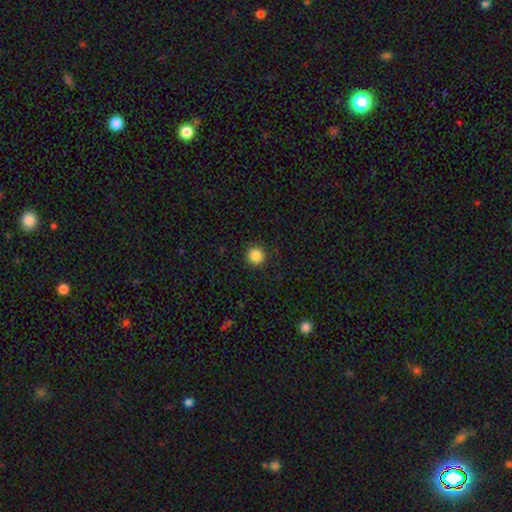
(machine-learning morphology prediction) Smooth or featured? Predicted: smooth (p=0.86). How rounded? Predicted: round (p=0.94). Merging? Predicted: none (p=0.91).